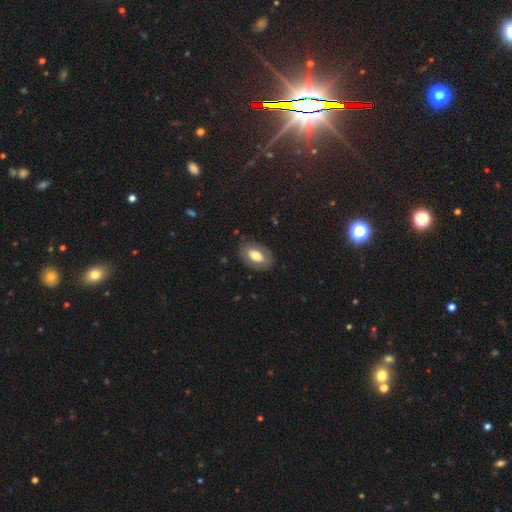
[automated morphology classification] Smooth or featured? smooth (63%)
How rounded? in between (92%)
Merging? none (81%)